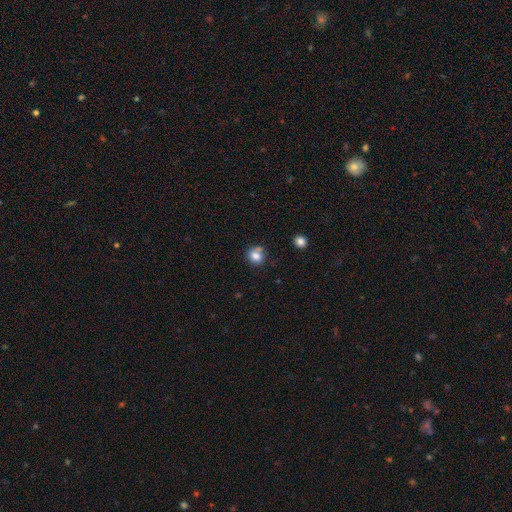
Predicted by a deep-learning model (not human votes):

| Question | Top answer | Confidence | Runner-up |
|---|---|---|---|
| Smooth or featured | smooth | 80% | star or artifact (11%) |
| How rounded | round | 81% | in between (18%) |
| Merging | none | 63% | minor disturbance (21%) |